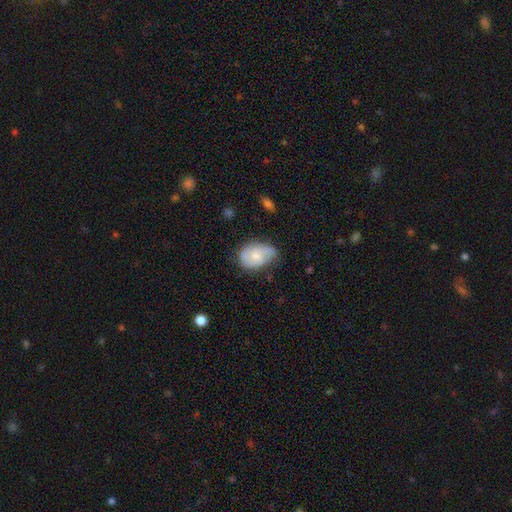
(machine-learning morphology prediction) A smooth galaxy with no disk features (56%) that is in between round and cigar-shaped (79%). Merging: none (45%).